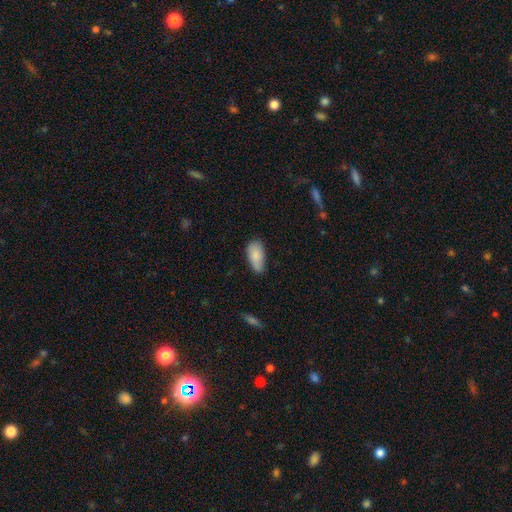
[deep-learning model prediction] This is clearly a smooth galaxy (86%). How rounded: clearly in between (92%). Merging: likely none (64%).